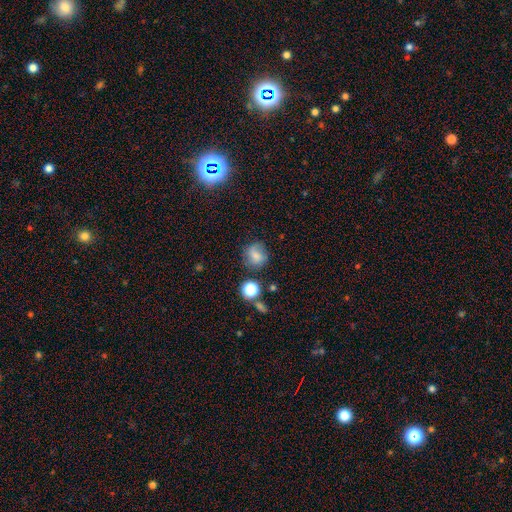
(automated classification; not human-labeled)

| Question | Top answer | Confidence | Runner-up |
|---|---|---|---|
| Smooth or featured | smooth | 67% | featured or disk (20%) |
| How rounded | round | 78% | in between (20%) |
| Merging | none | 64% | minor disturbance (22%) |